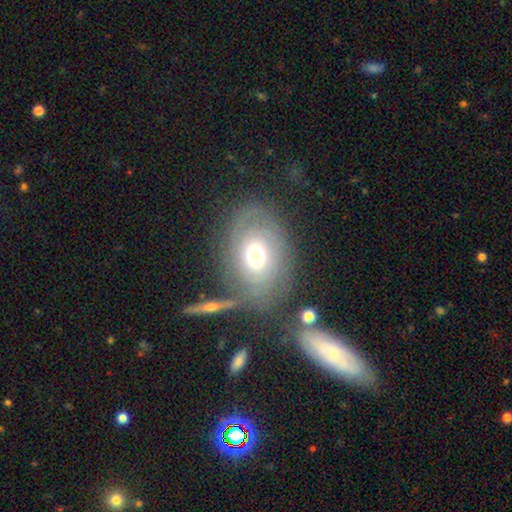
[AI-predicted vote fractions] smooth-or-featured: featured or disk: 67% | smooth: 24% | star or artifact: 8%
  disk-edge-on: no: 94% | yes: 6%
    bar: no: 79% | weak: 17% | strong: 4%
    has-spiral-arms: yes: 82% | no: 18%
      spiral-winding: tight: 66% | medium: 25% | loose: 9%
      spiral-arm-count: 2: 41% | can't tell: 32% | 3: 11% | 1: 6% | 4: 5% | more than 4: 4%
    bulge-size: moderate: 65% | large: 23% | small: 8% | dominant: 3% | none: 1%
  merging: none: 67% | minor disturbance: 16% | major disturbance: 9% | merger: 8%